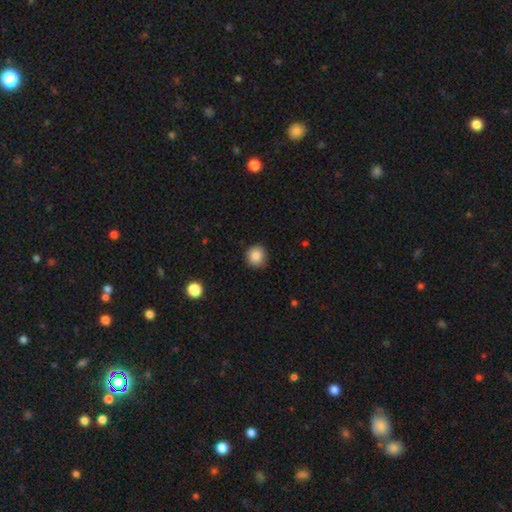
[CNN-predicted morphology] smooth_or_featured: smooth (p=0.85) [alt: star or artifact p=0.10]
how_rounded: round (p=0.90) [alt: in between p=0.09]
merging: none (p=0.87) [alt: minor disturbance p=0.10]